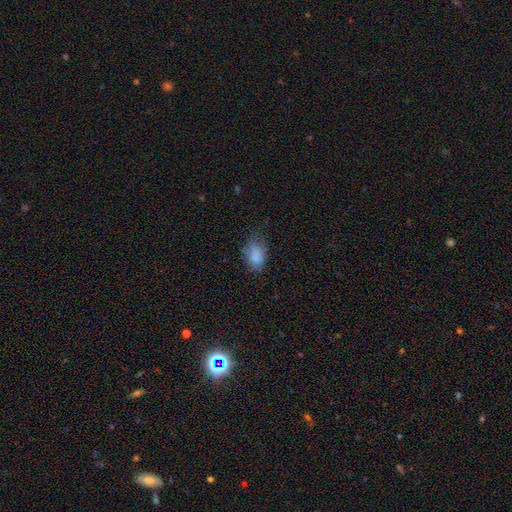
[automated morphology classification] Q: Smooth or featured?
A: smooth (79%); runner-up: star or artifact (11%)
Q: How rounded?
A: in between (81%); runner-up: round (18%)
Q: Merging?
A: none (51%); runner-up: minor disturbance (32%)